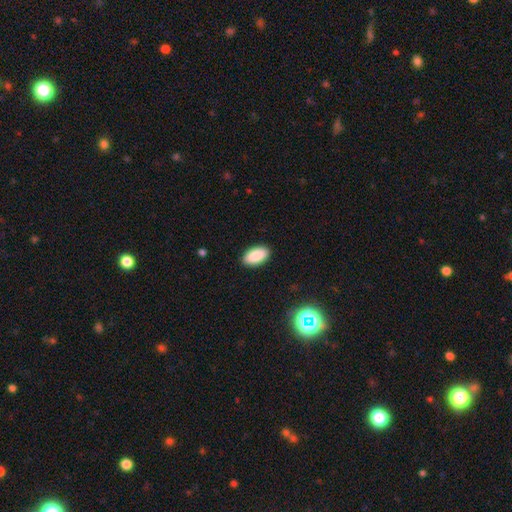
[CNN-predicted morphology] Overall: smooth (89%). How rounded: in between (95%). Merging: none (90%).